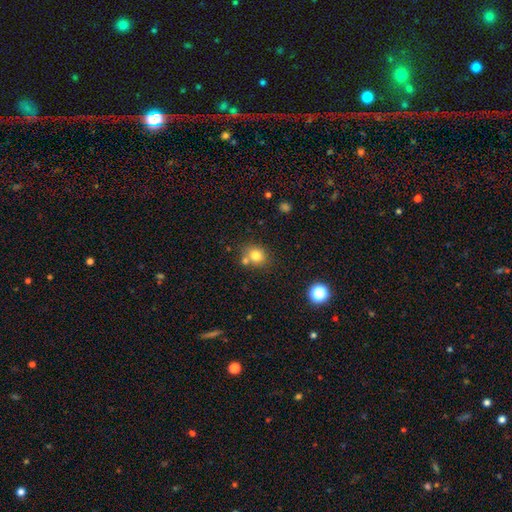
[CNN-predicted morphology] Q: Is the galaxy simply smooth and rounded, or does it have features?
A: smooth — 77%.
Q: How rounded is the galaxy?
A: round — 74%.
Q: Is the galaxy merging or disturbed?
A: none — 63%.